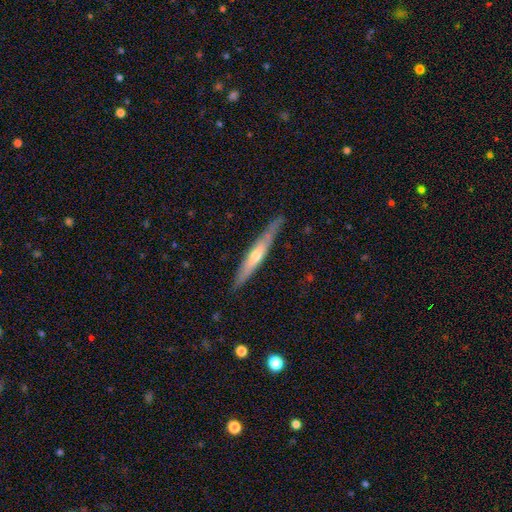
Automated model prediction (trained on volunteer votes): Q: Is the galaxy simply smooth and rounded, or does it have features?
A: featured or disk — 59%.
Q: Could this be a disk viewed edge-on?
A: yes — 92%.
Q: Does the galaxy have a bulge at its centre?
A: rounded — 65%.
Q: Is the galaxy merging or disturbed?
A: none — 85%.